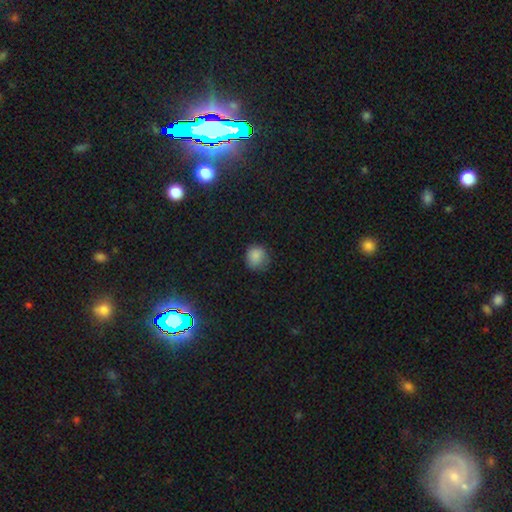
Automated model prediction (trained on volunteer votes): Smooth or featured: smooth — 84% (star or artifact — 11%)
How rounded: round — 88% (in between — 11%)
Merging: none — 75% (minor disturbance — 20%)